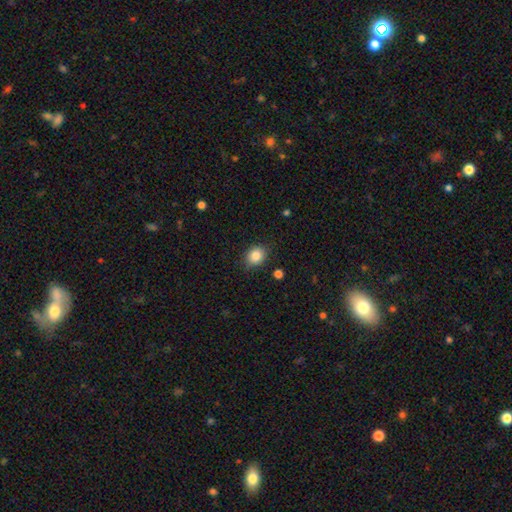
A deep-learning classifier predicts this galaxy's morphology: Smooth or featured?
  - smooth: 85% *
  - star or artifact: 10%
  - featured or disk: 5%
How rounded?
  - round: 58% *
  - in between: 41%
  - cigar-shaped: 1%
Merging?
  - none: 82% *
  - minor disturbance: 13%
  - major disturbance: 3%
  - merger: 2%